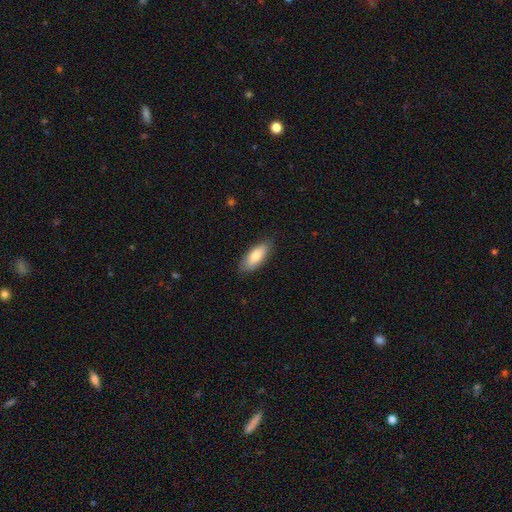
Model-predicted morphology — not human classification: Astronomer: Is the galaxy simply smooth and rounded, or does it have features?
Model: smooth — 81%.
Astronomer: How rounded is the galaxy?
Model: in between — 78%.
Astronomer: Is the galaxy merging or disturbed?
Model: none — 84%.